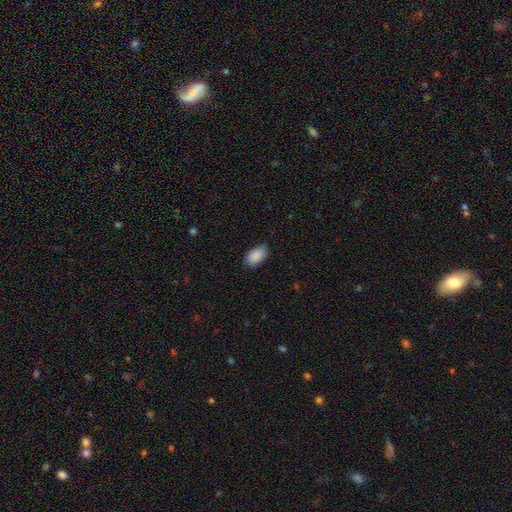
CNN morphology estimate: smooth_or_featured: smooth (p=0.89) [alt: star or artifact p=0.06]
how_rounded: in between (p=0.94) [alt: round p=0.04]
merging: none (p=0.80) [alt: minor disturbance p=0.16]